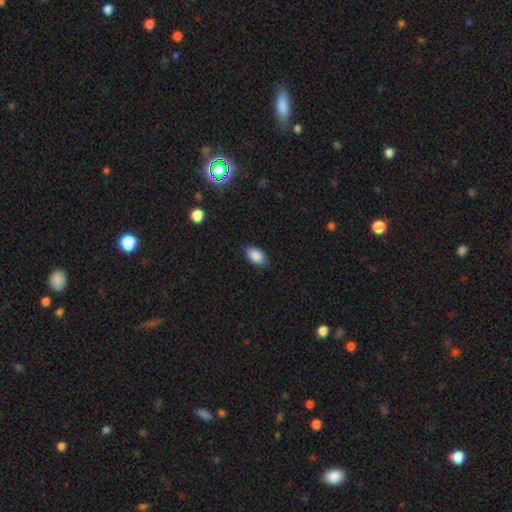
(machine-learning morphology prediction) Q: Smooth or featured?
A: smooth (88%); runner-up: star or artifact (7%)
Q: How rounded?
A: in between (92%); runner-up: round (6%)
Q: Merging?
A: none (83%); runner-up: minor disturbance (13%)